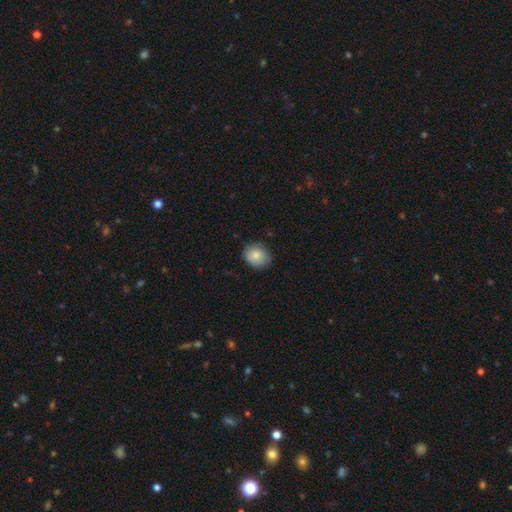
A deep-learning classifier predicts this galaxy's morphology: Smooth or featured? smooth (81%)
How rounded? round (63%)
Merging? none (79%)